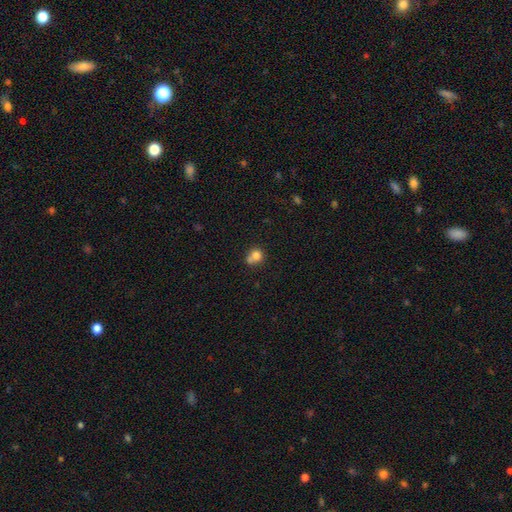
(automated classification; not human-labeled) smooth-or-featured: smooth: 77% | featured or disk: 12% | star or artifact: 11%
  how-rounded: round: 77% | in between: 22% | cigar-shaped: 1%
  merging: merger: 42% | none: 39% | minor disturbance: 13% | major disturbance: 5%